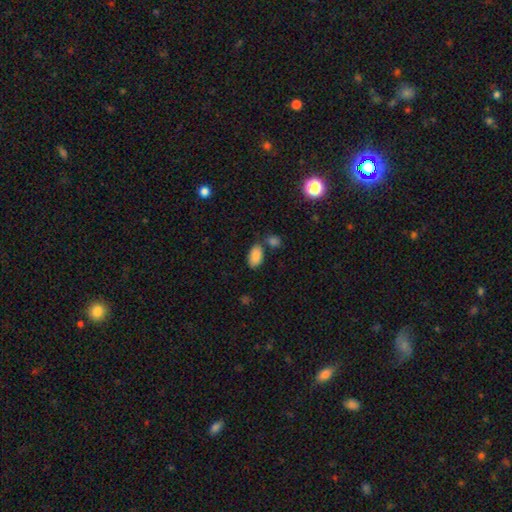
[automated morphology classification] The model was most divided on "merging": none: 67%, merger: 15%, minor disturbance: 14%, major disturbance: 4%. More confident: how rounded — in between (94%); smooth or featured — smooth (87%).